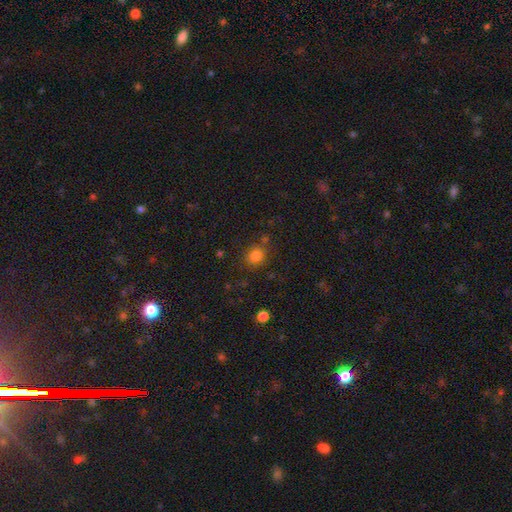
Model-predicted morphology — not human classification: Smooth or featured?
  - smooth: 81% *
  - star or artifact: 14%
  - featured or disk: 6%
How rounded?
  - round: 76% *
  - in between: 23%
  - cigar-shaped: 1%
Merging?
  - none: 76% *
  - minor disturbance: 13%
  - merger: 7%
  - major disturbance: 4%